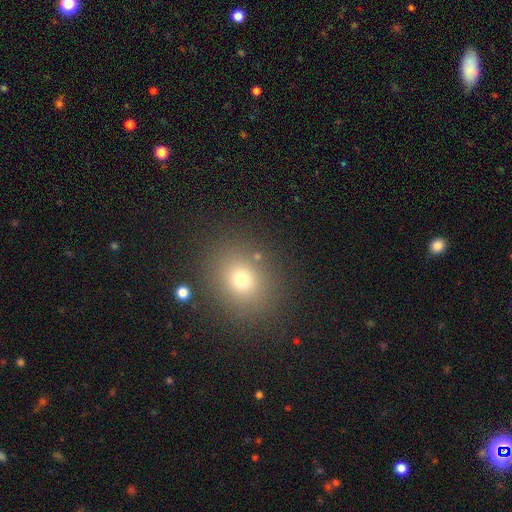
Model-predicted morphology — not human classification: A smooth galaxy with no disk features (66%) that is round (68%). Merging: none (88%).